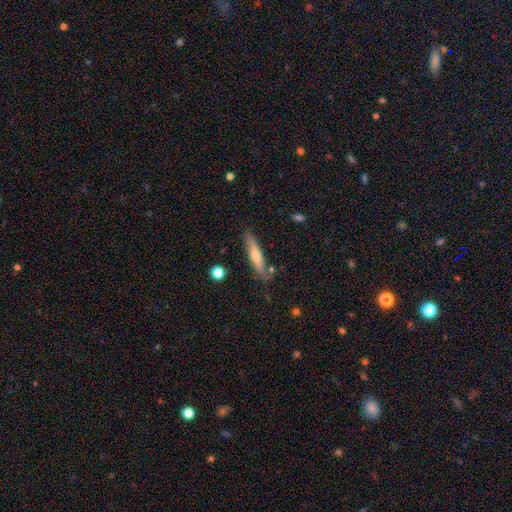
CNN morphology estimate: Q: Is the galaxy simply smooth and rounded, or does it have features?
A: featured or disk — 48%.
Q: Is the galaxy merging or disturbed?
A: none — 82%.